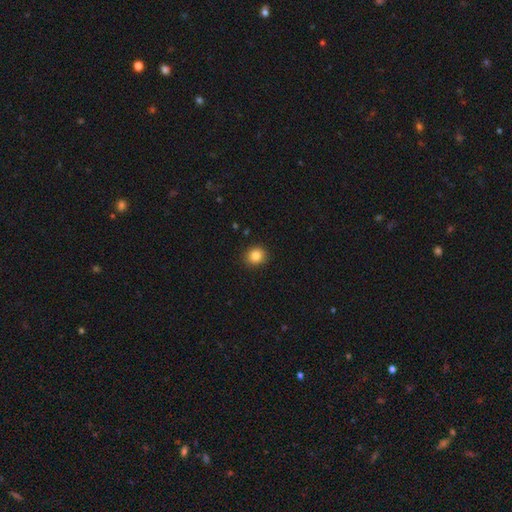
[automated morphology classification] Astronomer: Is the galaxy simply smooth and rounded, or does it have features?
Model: smooth — 85%.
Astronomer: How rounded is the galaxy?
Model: round — 79%.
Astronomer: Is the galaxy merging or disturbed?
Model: none — 90%.